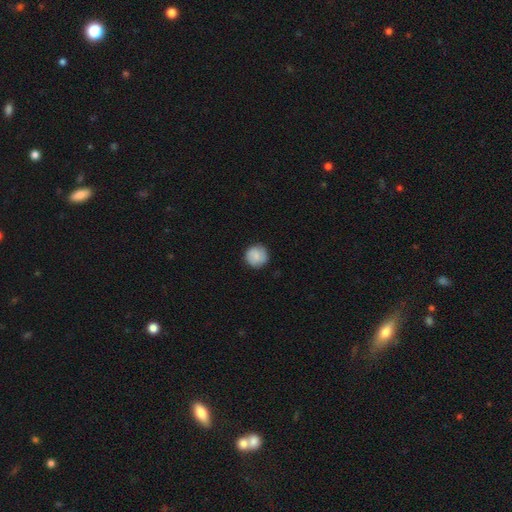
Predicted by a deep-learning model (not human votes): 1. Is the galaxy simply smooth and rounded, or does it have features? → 82% smooth, 12% featured or disk, 7% star or artifact.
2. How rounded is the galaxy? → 95% round, 4% in between, 1% cigar-shaped.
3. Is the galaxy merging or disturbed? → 88% none, 9% minor disturbance, 2% major disturbance, 1% merger.